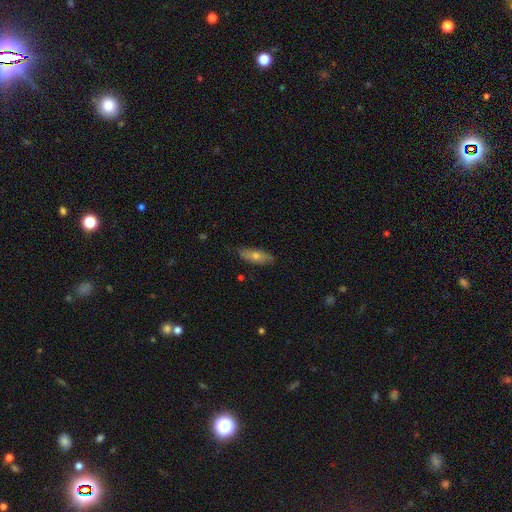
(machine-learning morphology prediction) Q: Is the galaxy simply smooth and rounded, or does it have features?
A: smooth — 53%.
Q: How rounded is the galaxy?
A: in between — 59%.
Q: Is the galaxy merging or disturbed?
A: none — 82%.